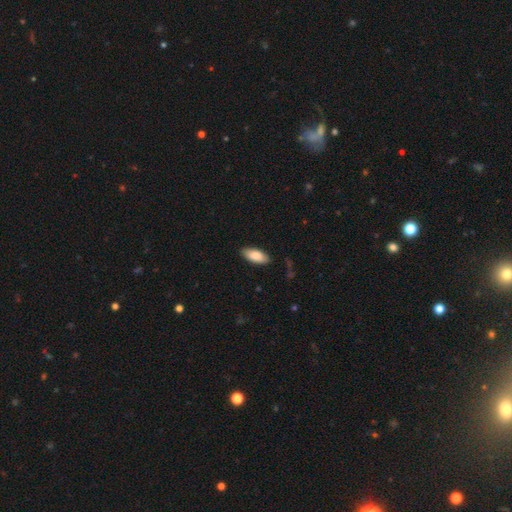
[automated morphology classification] This is clearly a smooth galaxy (86%). How rounded: clearly in between (88%). Merging: clearly none (84%).